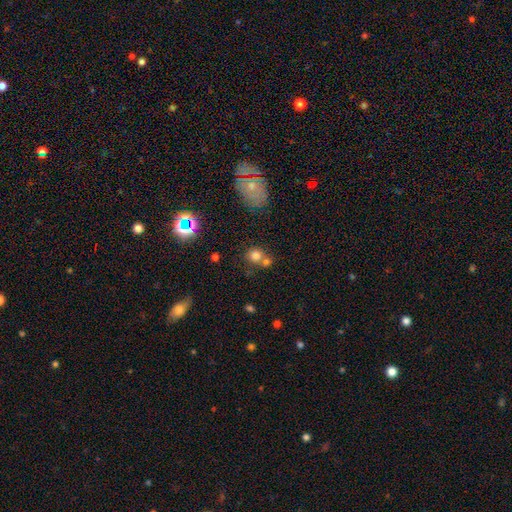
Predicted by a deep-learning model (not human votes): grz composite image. It shows a smooth galaxy with no disk features (76%) that is round (82%). Merging: none (49%).